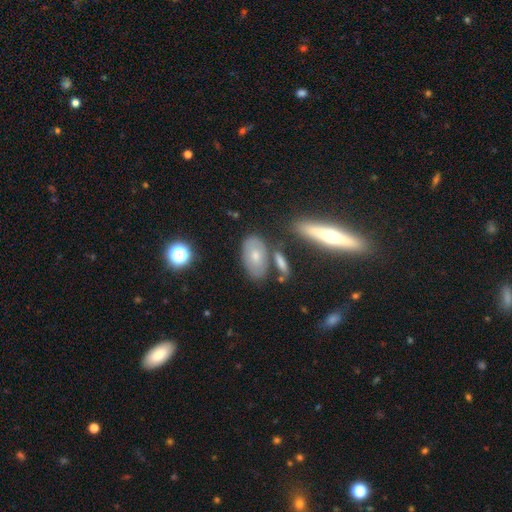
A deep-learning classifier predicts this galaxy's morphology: type=smooth (57%); roundness=in between (88%); merging=none (62%).